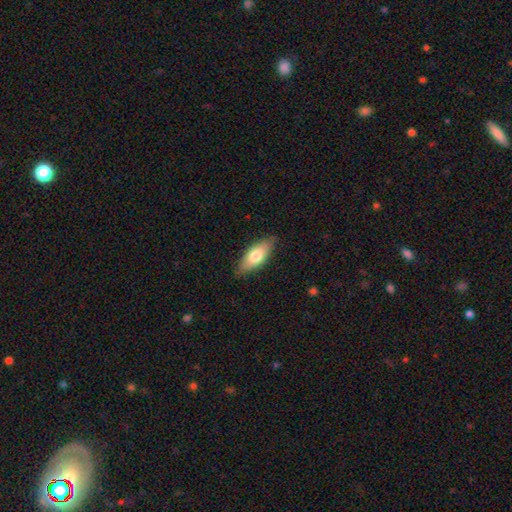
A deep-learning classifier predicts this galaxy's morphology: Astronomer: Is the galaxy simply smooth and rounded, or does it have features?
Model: smooth — 72%.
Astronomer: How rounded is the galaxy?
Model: in between — 77%.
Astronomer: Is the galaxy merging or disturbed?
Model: none — 82%.